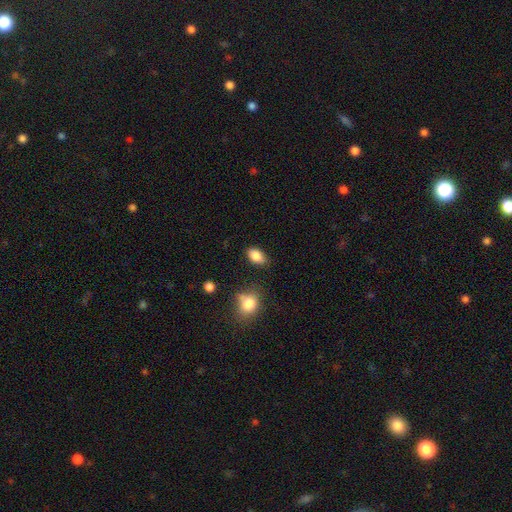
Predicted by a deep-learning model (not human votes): Smooth or featured: smooth — 87% (star or artifact — 9%)
How rounded: in between — 89% (round — 9%)
Merging: none — 78% (minor disturbance — 16%)